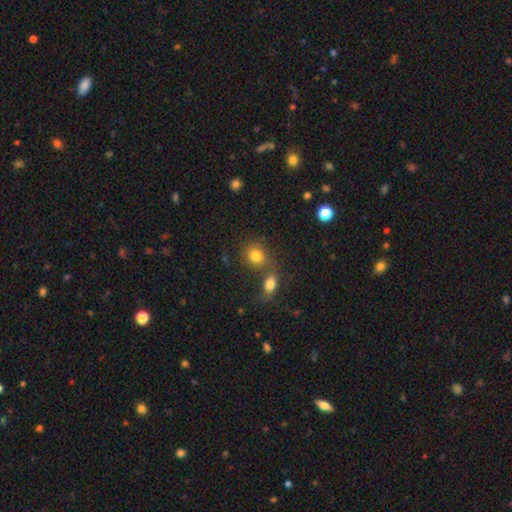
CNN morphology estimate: type=smooth (79%); roundness=round (64%); merging=none (46%).